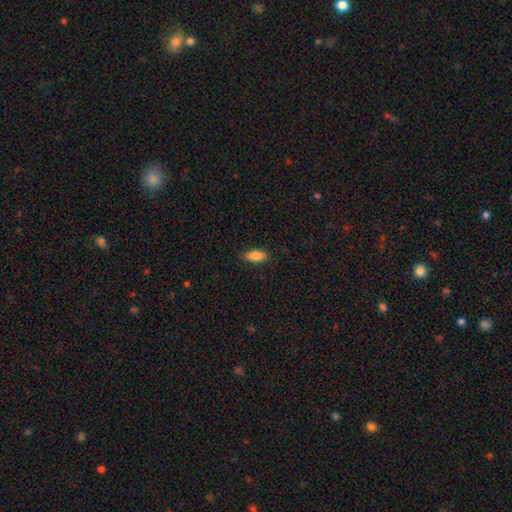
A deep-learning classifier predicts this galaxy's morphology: Q: Smooth or featured?
A: smooth (85%); runner-up: featured or disk (8%)
Q: How rounded?
A: in between (84%); runner-up: cigar-shaped (14%)
Q: Merging?
A: none (87%); runner-up: minor disturbance (10%)